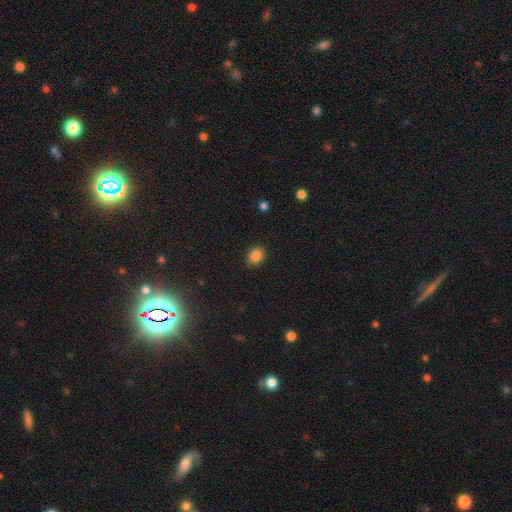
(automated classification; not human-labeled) Smooth or featured? Predicted: smooth (p=0.86). How rounded? Predicted: round (p=0.54). Merging? Predicted: none (p=0.88).